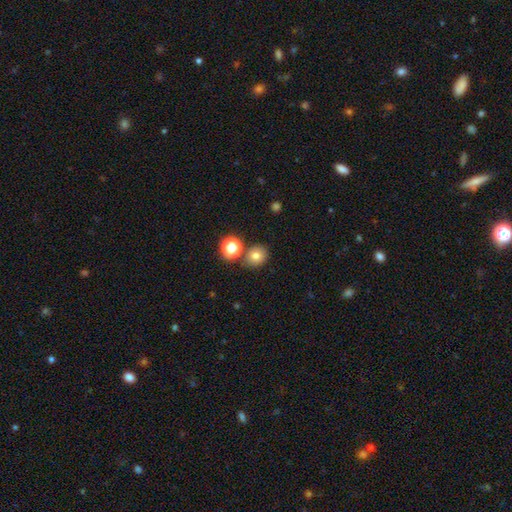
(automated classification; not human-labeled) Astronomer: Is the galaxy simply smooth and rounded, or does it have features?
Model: smooth — 76%.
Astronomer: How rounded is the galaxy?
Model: round — 77%.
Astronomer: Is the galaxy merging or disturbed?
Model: none — 77%.